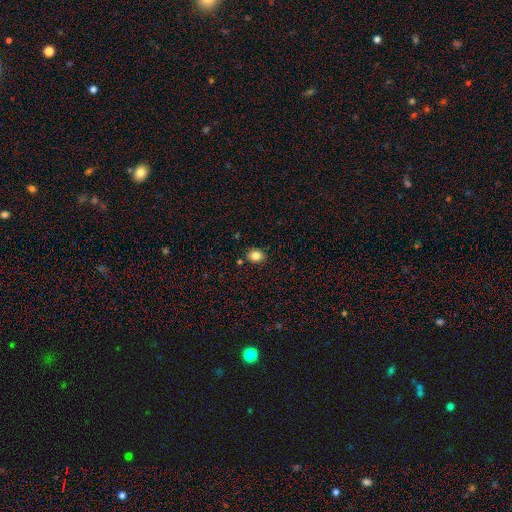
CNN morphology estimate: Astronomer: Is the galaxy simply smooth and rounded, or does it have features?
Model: smooth — 84%.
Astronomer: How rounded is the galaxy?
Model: in between — 53% (runner-up: round, 46%).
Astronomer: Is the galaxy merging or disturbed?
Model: none — 85%.